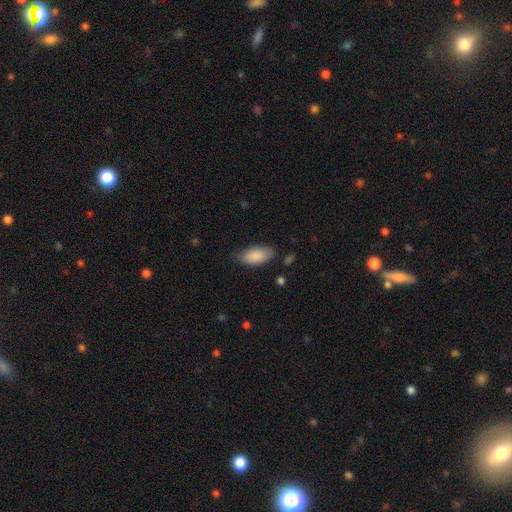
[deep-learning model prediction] smooth-or-featured: smooth: 87% | featured or disk: 7% | star or artifact: 6%
  how-rounded: in between: 92% | cigar-shaped: 6% | round: 2%
  merging: none: 70% | minor disturbance: 24% | major disturbance: 4% | merger: 2%